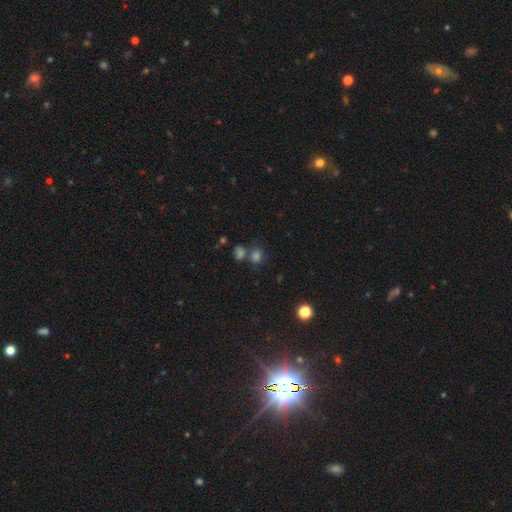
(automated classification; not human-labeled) smooth-or-featured: smooth: 62% | star or artifact: 29% | featured or disk: 9%
  how-rounded: round: 60% | in between: 38% | cigar-shaped: 2%
  merging: none: 57% | merger: 29% | minor disturbance: 10% | major disturbance: 5%